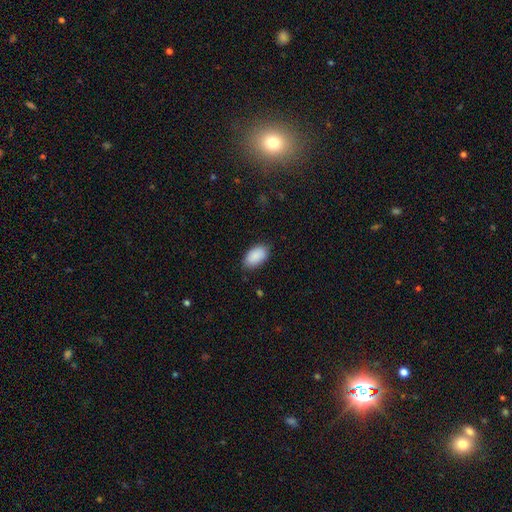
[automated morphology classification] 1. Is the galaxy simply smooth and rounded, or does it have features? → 91% smooth, 6% star or artifact, 3% featured or disk.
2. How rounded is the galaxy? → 95% in between, 4% round, 2% cigar-shaped.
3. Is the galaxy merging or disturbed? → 84% none, 12% minor disturbance, 3% major disturbance, 1% merger.